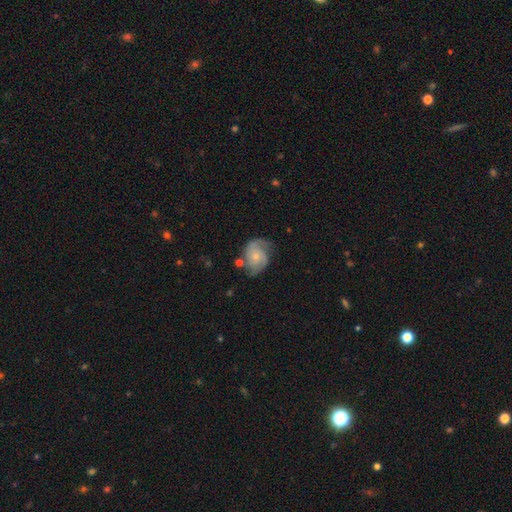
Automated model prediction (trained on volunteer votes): A featured or disk galaxy (74%) with no bar (72%), 2 (78%) medium (45%) spiral arms (93%) and a small central bulge (55%).

Vote fractions:
- Smooth or featured? featured or disk: 74% / smooth: 19% / star or artifact: 6%
- Edge-on disk? no: 97% / yes: 3%
- Bar? no: 72% / weak: 25% / strong: 4%
- Spiral arms? yes: 93% / no: 7%
- Spiral winding? medium: 45% / tight: 30% / loose: 25%
- Spiral arm count? 2: 78% / can't tell: 9% / 3: 6% / 1: 4% / 4: 2% / more than 4: 2%
- Bulge size? small: 55% / moderate: 36% / none: 5% / large: 3% / dominant: 1%
- Merging? none: 59% / minor disturbance: 24% / major disturbance: 12% / merger: 5%